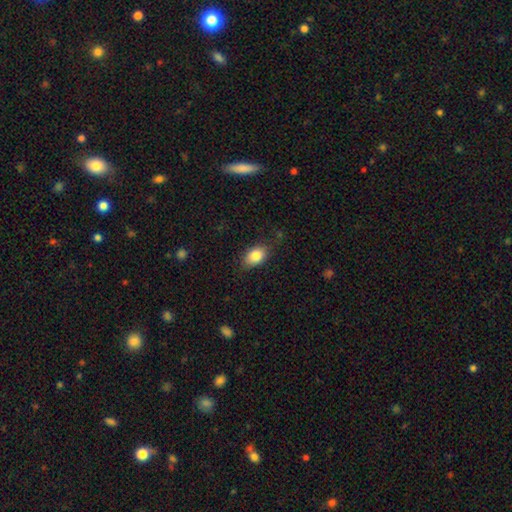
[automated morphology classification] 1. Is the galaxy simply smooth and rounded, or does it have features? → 83% smooth, 9% featured or disk, 8% star or artifact.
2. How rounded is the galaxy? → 85% in between, 14% round, 2% cigar-shaped.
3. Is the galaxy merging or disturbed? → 78% none, 16% minor disturbance, 4% major disturbance, 1% merger.